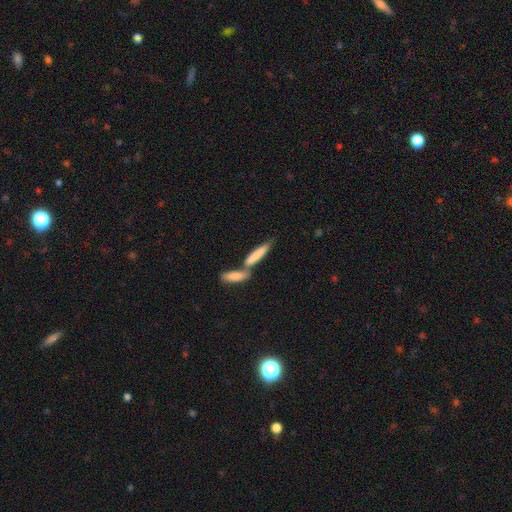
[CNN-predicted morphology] smooth 75%, featured or disk 19%, star or artifact 6%. Down the decision tree: how rounded — cigar-shaped (80%); merging — merger (44%).